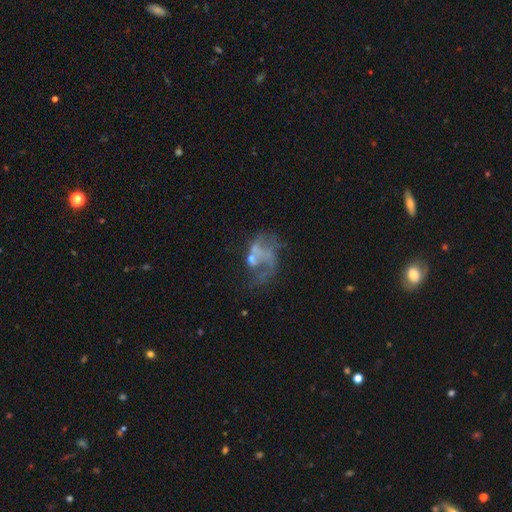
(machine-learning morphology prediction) This is likely a featured or disk galaxy (64%). It is clearly not viewed edge-on (98%). Bar: clearly no (80%). Spiral arm pattern: possibly no (56%). Central bulge: possibly none (58%). Merging: marginally major disturbance (41%).